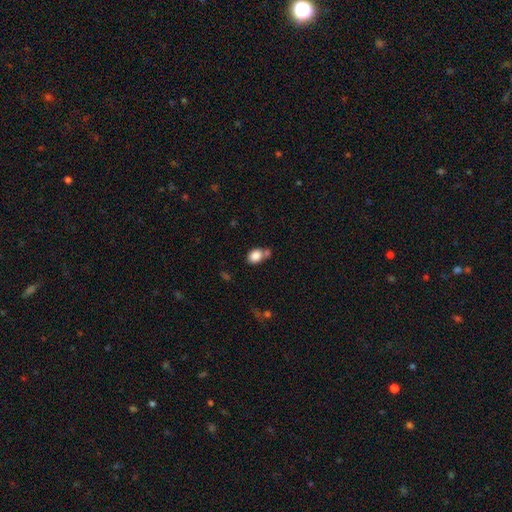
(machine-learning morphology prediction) Overall: smooth (85%). How rounded: in between (60%; round 39%). Merging: none (54%; merger 26%).